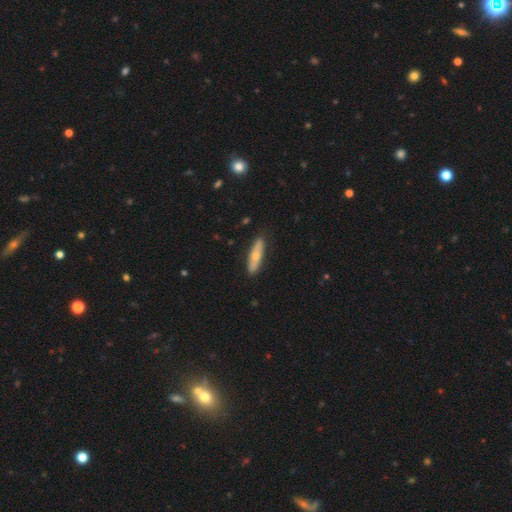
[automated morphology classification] A smooth galaxy with no disk features (55%) that is cigar-shaped (71%).

Vote fractions:
- Smooth or featured? smooth: 55% / featured or disk: 40% / star or artifact: 5%
- How rounded? cigar-shaped: 71% / in between: 26% / round: 2%
- Merging? none: 85% / minor disturbance: 11% / major disturbance: 2% / merger: 1%